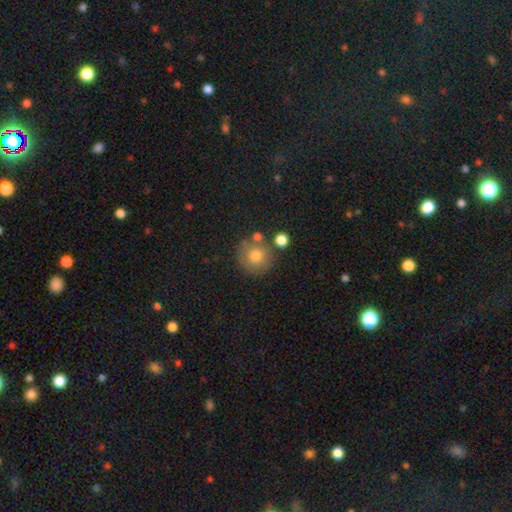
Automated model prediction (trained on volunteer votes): Smooth or featured: smooth — 75% (featured or disk — 14%)
How rounded: round — 93% (in between — 6%)
Merging: none — 73% (merger — 12%)